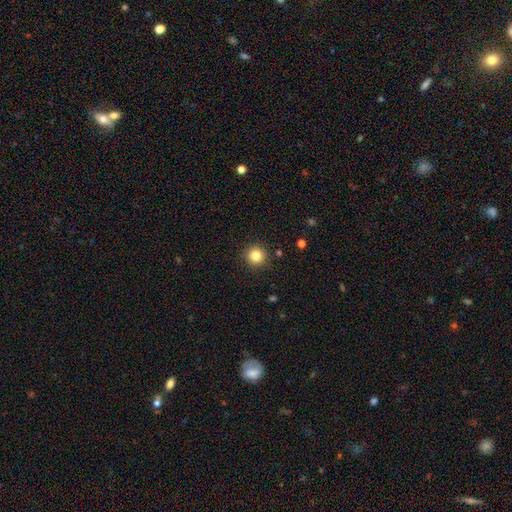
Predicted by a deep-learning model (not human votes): A smooth galaxy with no disk features (84%) that is round (95%).

Vote fractions:
- Smooth or featured? smooth: 84% / star or artifact: 11% / featured or disk: 5%
- How rounded? round: 95% / in between: 4% / cigar-shaped: 1%
- Merging? none: 91% / minor disturbance: 6% / major disturbance: 2% / merger: 1%